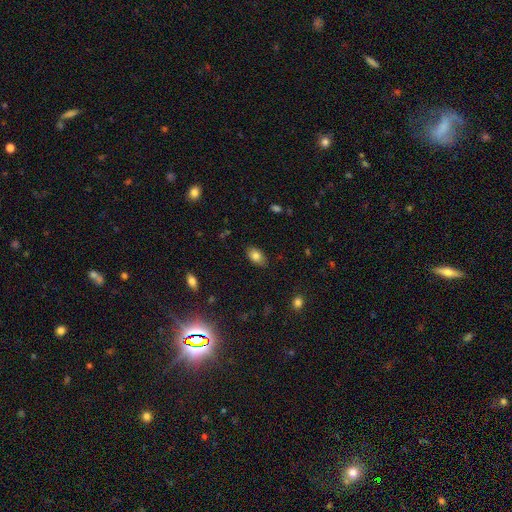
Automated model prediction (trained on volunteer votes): Smooth or featured? Predicted: smooth (p=0.82). How rounded? Predicted: in between (p=0.88). Merging? Predicted: none (p=0.81).